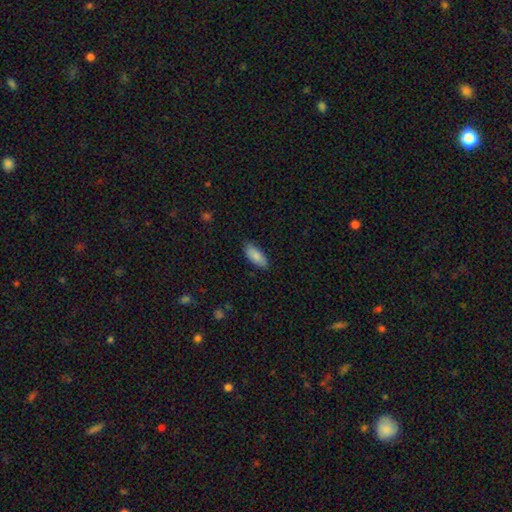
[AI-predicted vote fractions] Smooth or featured: smooth — 86% (featured or disk — 8%)
How rounded: in between — 81% (cigar-shaped — 17%)
Merging: none — 84% (minor disturbance — 13%)